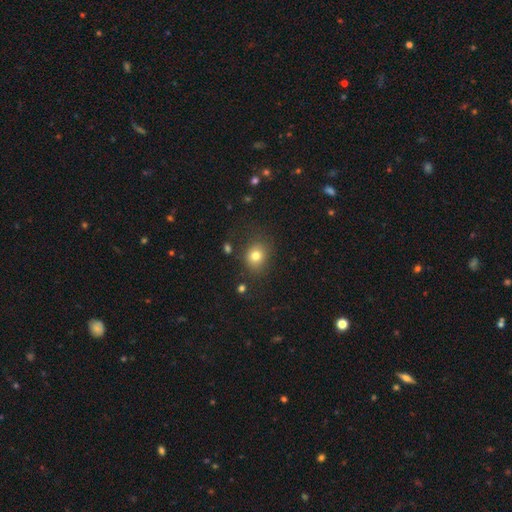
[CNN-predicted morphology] A smooth galaxy with no disk features (78%) that is round (66%).

Vote fractions:
- Smooth or featured? smooth: 78% / star or artifact: 13% / featured or disk: 9%
- How rounded? round: 66% / in between: 33% / cigar-shaped: 1%
- Merging? none: 80% / minor disturbance: 13% / major disturbance: 5% / merger: 3%